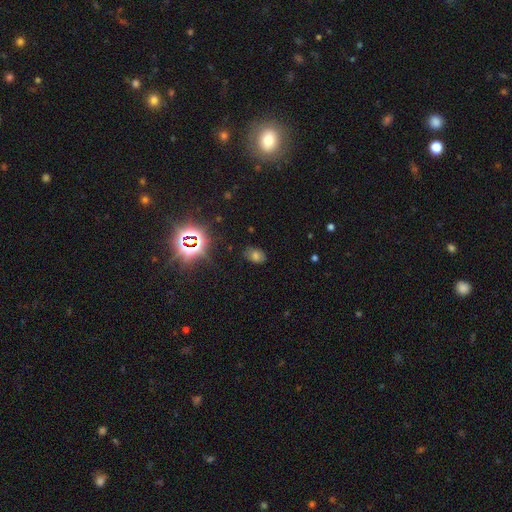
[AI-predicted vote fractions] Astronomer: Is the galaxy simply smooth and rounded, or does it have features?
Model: star or artifact — 45% (runner-up: smooth, 44%).